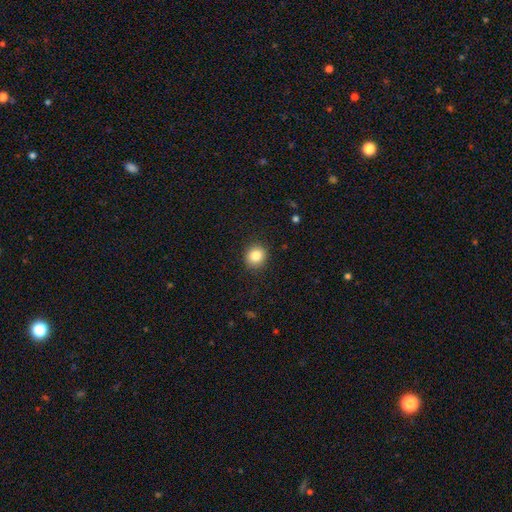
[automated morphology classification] Smooth or featured? Predicted: smooth (p=0.84). How rounded? Predicted: round (p=0.85). Merging? Predicted: none (p=0.90).